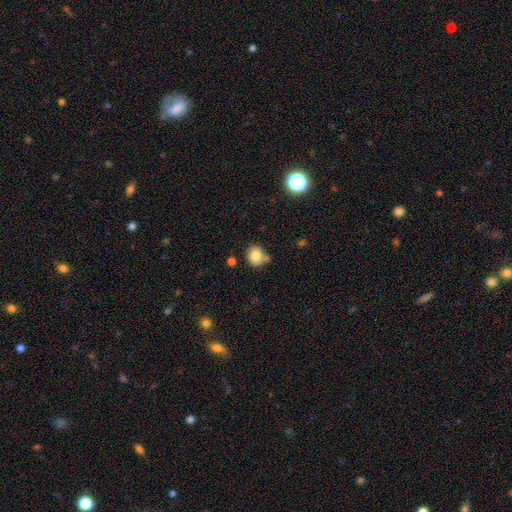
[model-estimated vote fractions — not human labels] smooth-or-featured: smooth: 80% | star or artifact: 11% | featured or disk: 10%
  how-rounded: round: 74% | in between: 25% | cigar-shaped: 1%
  merging: none: 62% | minor disturbance: 19% | merger: 15% | major disturbance: 5%